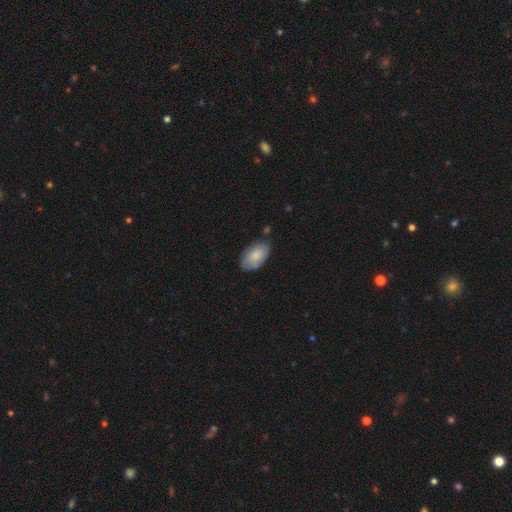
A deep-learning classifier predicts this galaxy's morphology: A smooth galaxy with no disk features (81%) that is in between round and cigar-shaped (94%). Merging: none (74%).